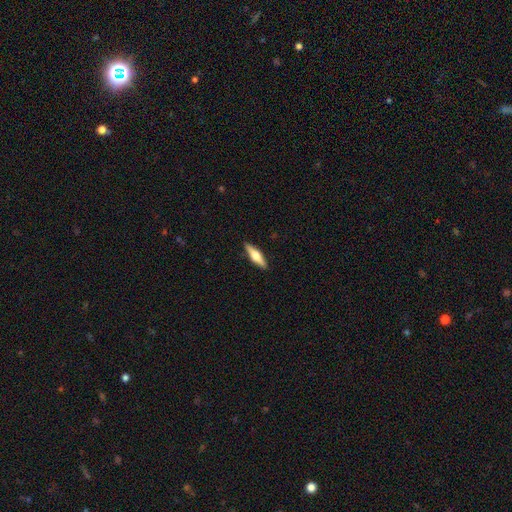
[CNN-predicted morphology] Smooth or featured? featured or disk (50%)
Edge-on disk? yes (95%)
Merging? none (90%)